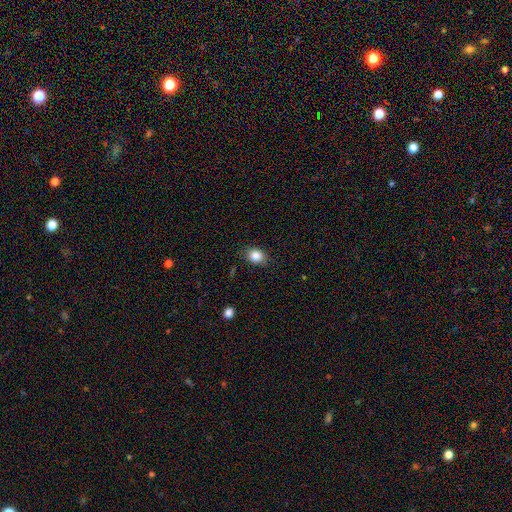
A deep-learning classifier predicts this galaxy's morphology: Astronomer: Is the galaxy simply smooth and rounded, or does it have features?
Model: smooth — 85%.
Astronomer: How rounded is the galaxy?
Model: in between — 54% (runner-up: round, 45%).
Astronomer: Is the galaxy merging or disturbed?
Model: none — 83%.